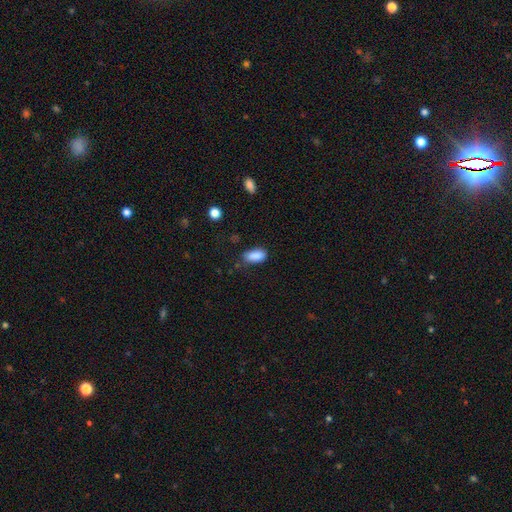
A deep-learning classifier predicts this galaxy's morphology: smooth 87%, star or artifact 9%, featured or disk 5%. Down the decision tree: how rounded — in between (90%); merging — none (64%).